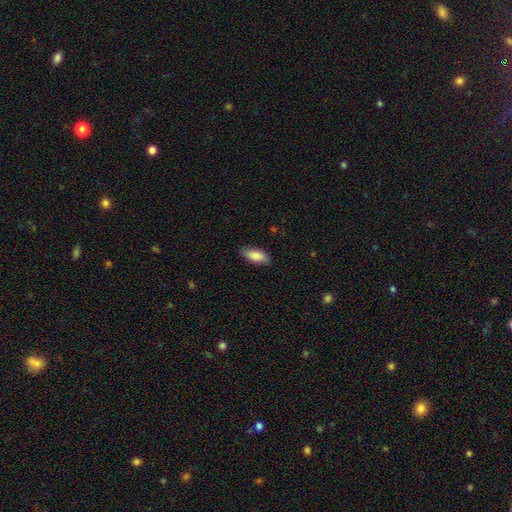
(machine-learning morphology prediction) type=smooth (86%); roundness=in between (82%); merging=none (85%).